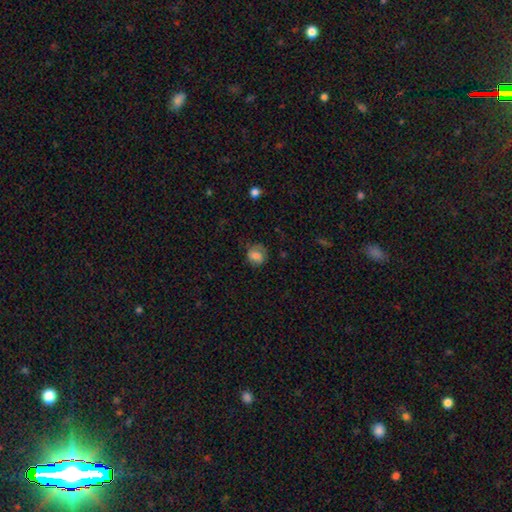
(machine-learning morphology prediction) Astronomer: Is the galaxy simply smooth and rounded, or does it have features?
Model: smooth — 73%.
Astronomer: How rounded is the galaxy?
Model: round — 62% (runner-up: in between, 37%).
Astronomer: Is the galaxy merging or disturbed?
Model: none — 57%.